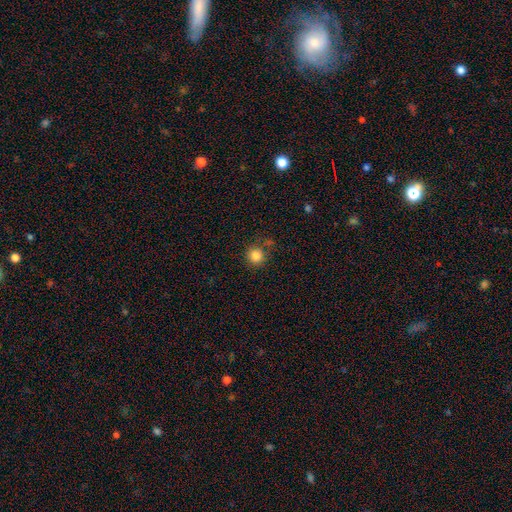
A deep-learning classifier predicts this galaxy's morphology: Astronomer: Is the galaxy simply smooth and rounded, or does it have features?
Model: smooth — 84%.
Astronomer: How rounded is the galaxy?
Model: round — 94%.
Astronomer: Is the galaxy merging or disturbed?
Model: none — 80%.